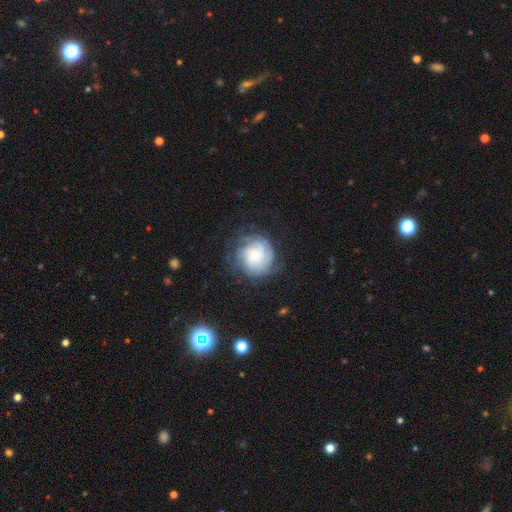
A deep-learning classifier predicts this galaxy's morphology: A featured or disk galaxy (66%) with no bar (77%), tight (67%) spiral arms (90%) and a small central bulge (58%).

Vote fractions:
- Smooth or featured? featured or disk: 66% / smooth: 26% / star or artifact: 8%
- Edge-on disk? no: 98% / yes: 2%
- Bar? no: 77% / weak: 19% / strong: 3%
- Spiral arms? yes: 90% / no: 10%
- Spiral winding? tight: 67% / medium: 25% / loose: 9%
- Spiral arm count? can't tell: 47% / 4: 14% / 3: 13% / 2: 11% / more than 4: 9% / 1: 6%
- Bulge size? small: 58% / moderate: 29% / large: 8% / none: 4% / dominant: 2%
- Merging? none: 69% / minor disturbance: 18% / major disturbance: 11% / merger: 1%